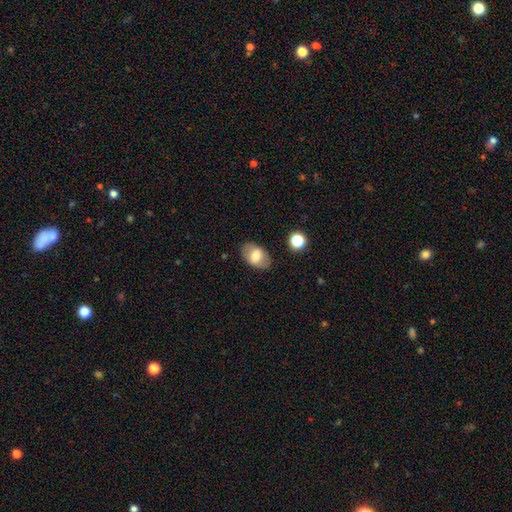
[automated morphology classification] Smooth or featured? smooth (67%)
How rounded? in between (89%)
Merging? none (82%)